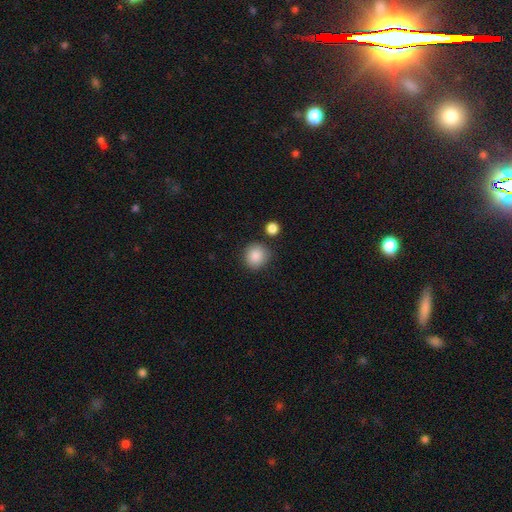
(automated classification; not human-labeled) The model was most divided on "merging": none: 82%, minor disturbance: 10%, merger: 5%, major disturbance: 3%. More confident: how rounded — round (90%); smooth or featured — smooth (87%).